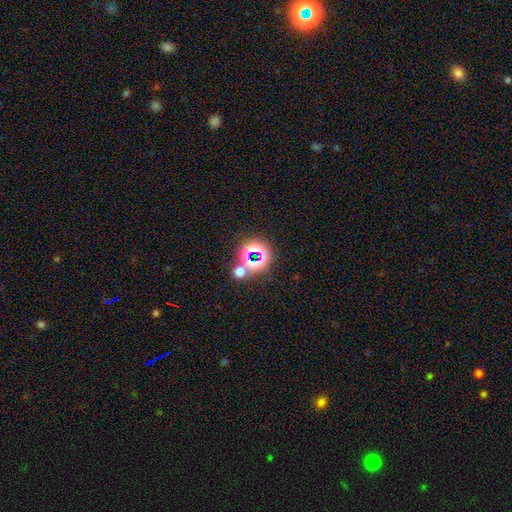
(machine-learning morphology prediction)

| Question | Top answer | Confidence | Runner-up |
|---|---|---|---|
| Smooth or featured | star or artifact | 56% | smooth (34%) |